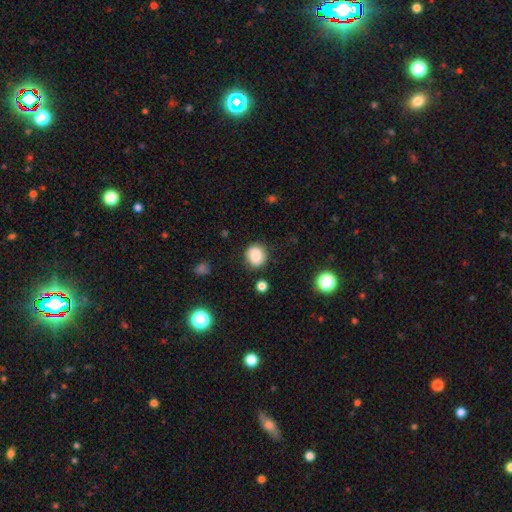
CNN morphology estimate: type=smooth (78%); roundness=round (82%); merging=none (82%).